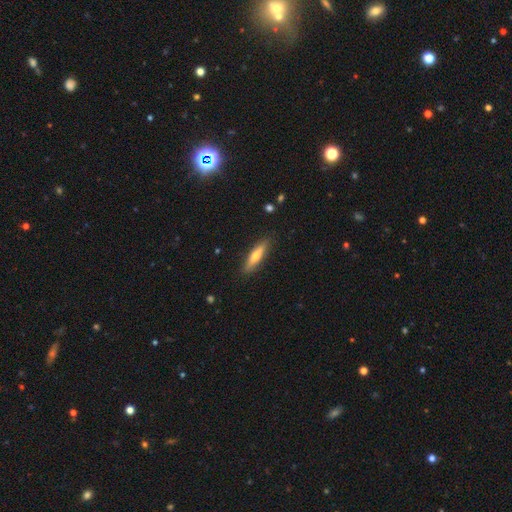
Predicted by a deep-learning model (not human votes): The model was most divided on "smooth or featured": smooth: 54%, featured or disk: 40%, star or artifact: 6%. More confident: merging — none (88%); how rounded — cigar-shaped (77%).